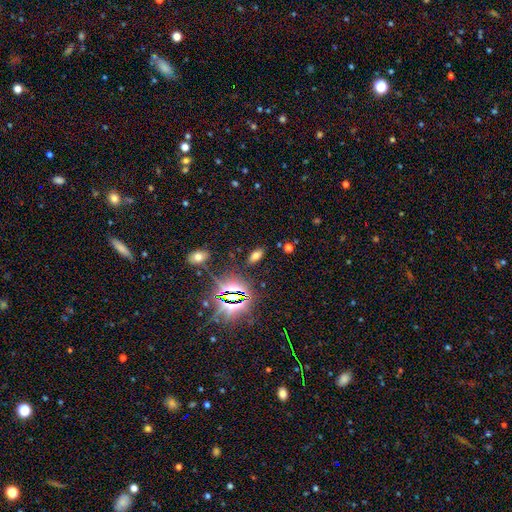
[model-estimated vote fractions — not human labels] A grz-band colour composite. It shows a smooth galaxy with no disk features (59%) that is in between round and cigar-shaped (87%). Merging: none (86%).